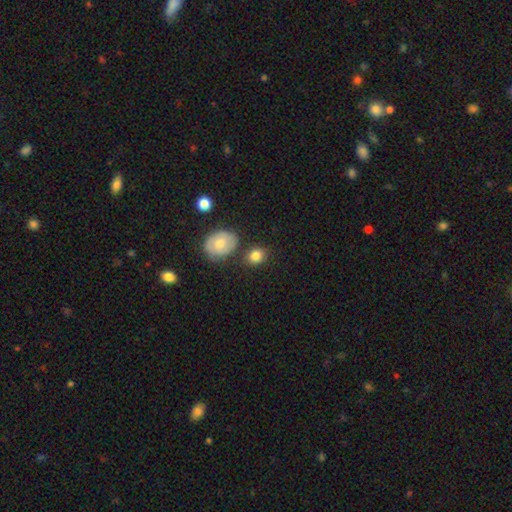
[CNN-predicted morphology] Q: Smooth or featured?
A: smooth (83%); runner-up: featured or disk (9%)
Q: How rounded?
A: round (57%); runner-up: in between (41%)
Q: Merging?
A: none (74%); runner-up: minor disturbance (14%)